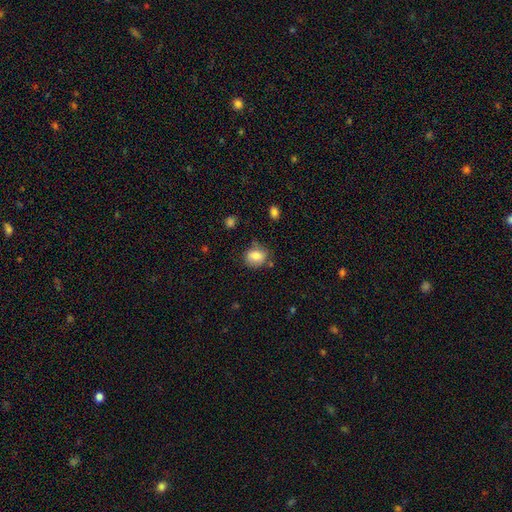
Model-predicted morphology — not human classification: This appears to be a smooth galaxy with no disk features (81%) that is round (58%). Merging: none (67%).